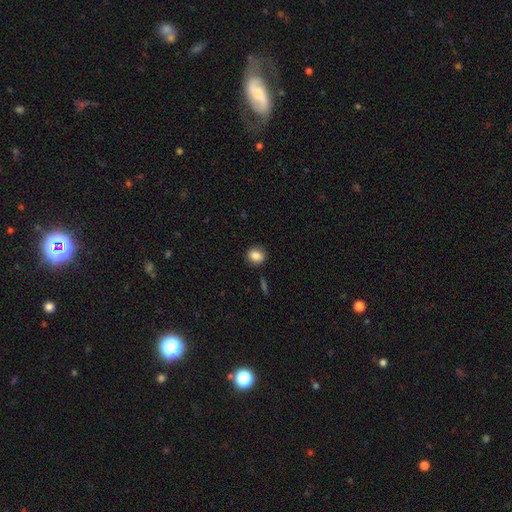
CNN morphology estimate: smooth_or_featured: smooth (p=0.84) [alt: star or artifact p=0.09]
how_rounded: round (p=0.68) [alt: in between p=0.30]
merging: none (p=0.87) [alt: minor disturbance p=0.09]